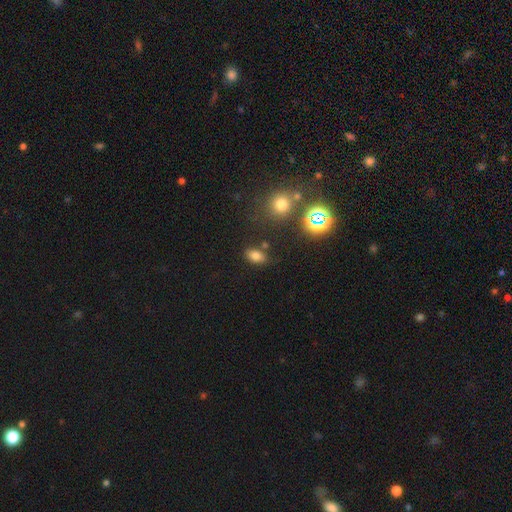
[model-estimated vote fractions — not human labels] This appears to be a smooth galaxy with no disk features (75%) that is in between round and cigar-shaped (85%). Merging: none (76%).